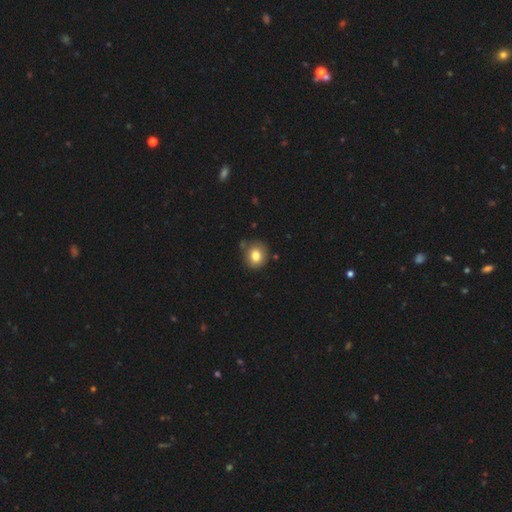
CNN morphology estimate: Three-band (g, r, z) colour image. It shows a smooth galaxy with no disk features (80%) that is round (76%). Merging: none (78%).